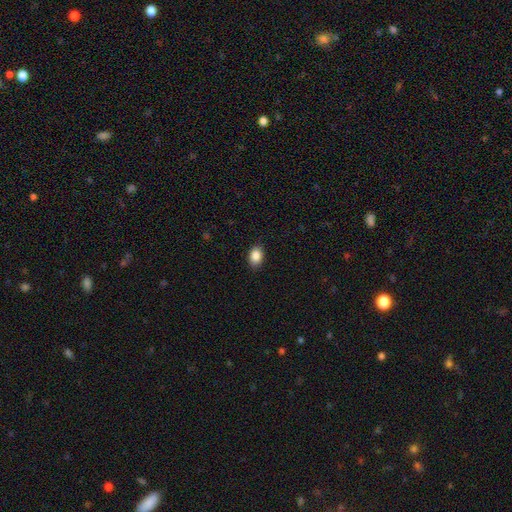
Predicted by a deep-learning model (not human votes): Q: Smooth or featured?
A: smooth (88%); runner-up: star or artifact (8%)
Q: How rounded?
A: in between (81%); runner-up: round (18%)
Q: Merging?
A: none (88%); runner-up: minor disturbance (9%)